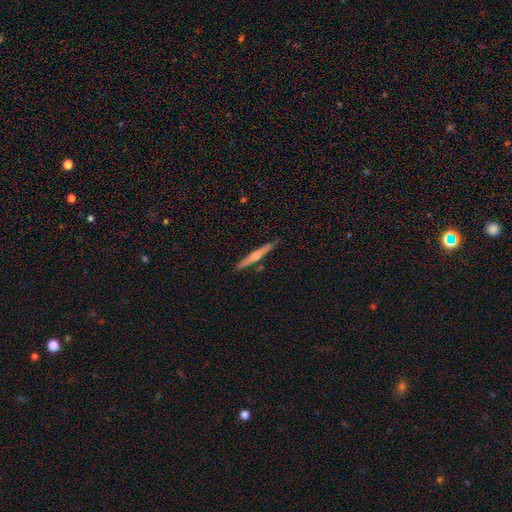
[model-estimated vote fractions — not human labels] Q: Smooth or featured?
A: featured or disk (68%); runner-up: smooth (26%)
Q: Edge-on disk?
A: yes (97%); runner-up: no (3%)
Q: Edge-on bulge?
A: rounded (86%); runner-up: none (11%)
Q: Merging?
A: none (88%); runner-up: minor disturbance (8%)